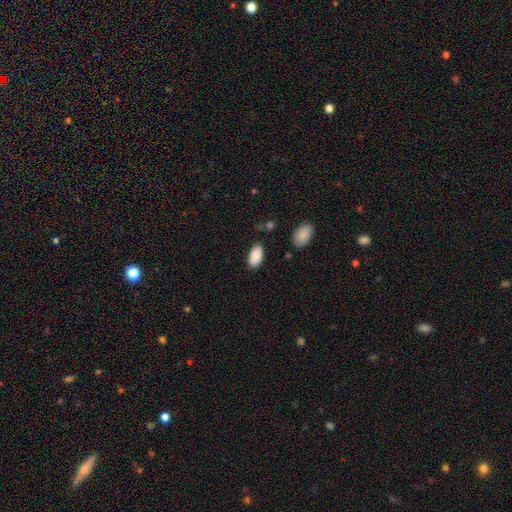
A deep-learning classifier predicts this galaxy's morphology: Overall: smooth (90%). How rounded: in between (95%). Merging: none (84%).